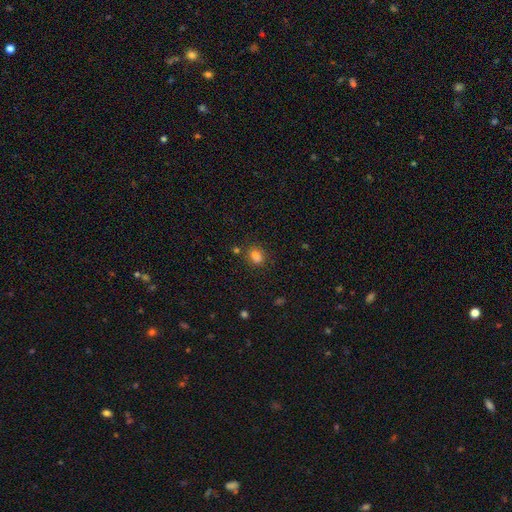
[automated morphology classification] Overall: smooth (79%). How rounded: round (51%; in between 48%). Merging: none (66%).